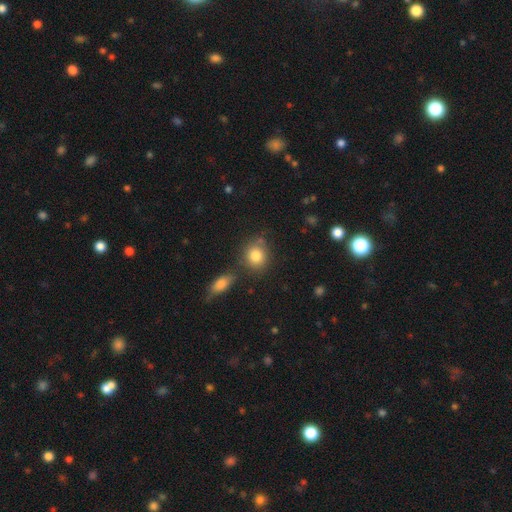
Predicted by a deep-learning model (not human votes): A smooth galaxy with no disk features (83%) that is round (75%). Merging: none (71%).